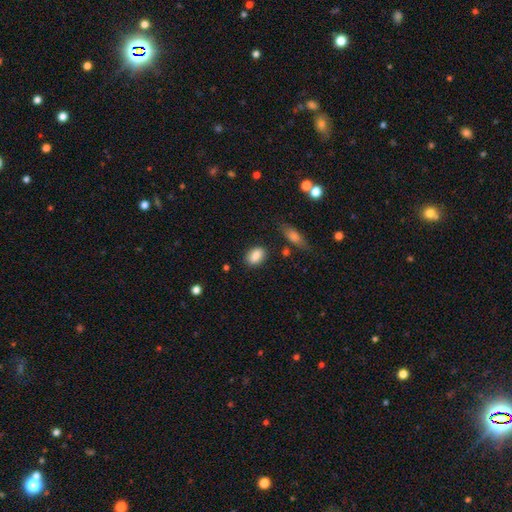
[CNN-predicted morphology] smooth-or-featured: smooth: 87% | star or artifact: 7% | featured or disk: 6%
  how-rounded: in between: 83% | round: 15% | cigar-shaped: 2%
  merging: none: 83% | minor disturbance: 11% | major disturbance: 3% | merger: 3%